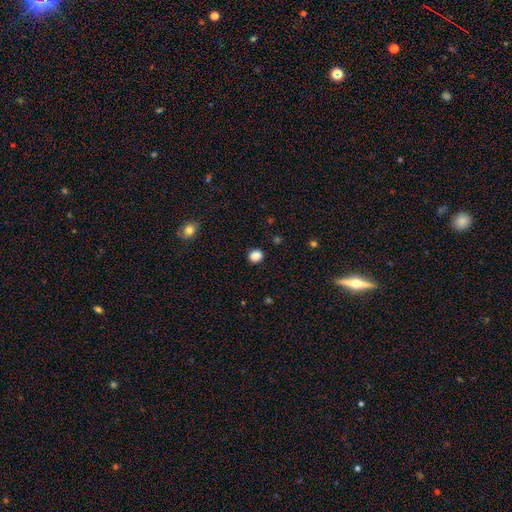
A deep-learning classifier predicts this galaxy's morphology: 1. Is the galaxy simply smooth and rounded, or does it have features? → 86% smooth, 11% star or artifact, 3% featured or disk.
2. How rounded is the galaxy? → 73% round, 26% in between, 1% cigar-shaped.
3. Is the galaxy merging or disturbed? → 90% none, 7% minor disturbance, 2% major disturbance, 1% merger.